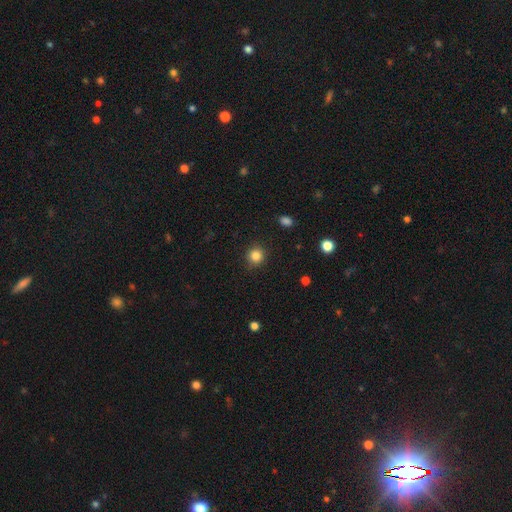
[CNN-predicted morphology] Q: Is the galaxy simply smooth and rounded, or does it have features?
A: smooth — 84%.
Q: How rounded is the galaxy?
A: round — 93%.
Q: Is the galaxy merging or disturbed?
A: none — 90%.